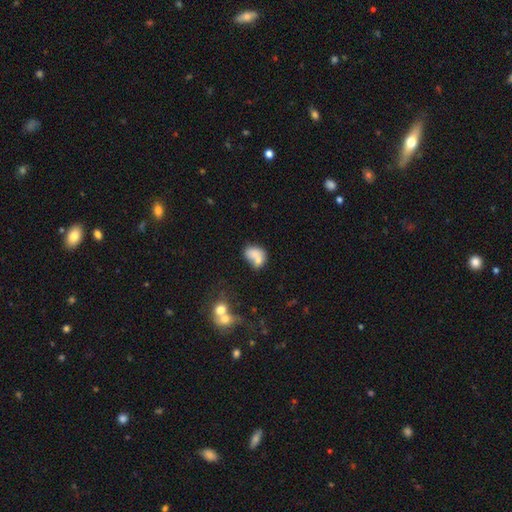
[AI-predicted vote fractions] Smooth or featured? Predicted: smooth (p=0.70). How rounded? Predicted: in between (p=0.68). Merging? Predicted: merger (p=0.48).